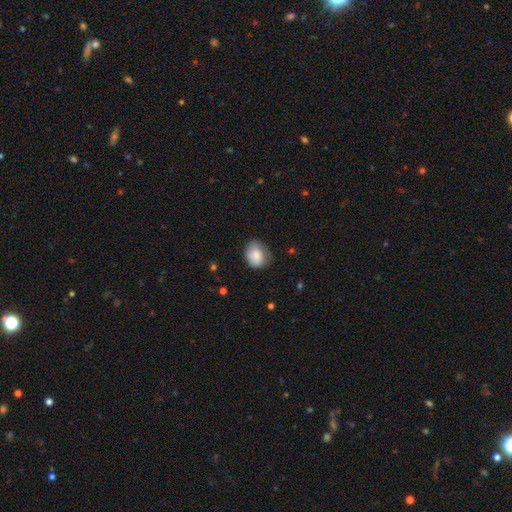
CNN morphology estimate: smooth_or_featured: smooth (p=0.78) [alt: featured or disk p=0.15]
how_rounded: in between (p=0.50) [alt: round p=0.49]
merging: none (p=0.60) [alt: minor disturbance p=0.29]